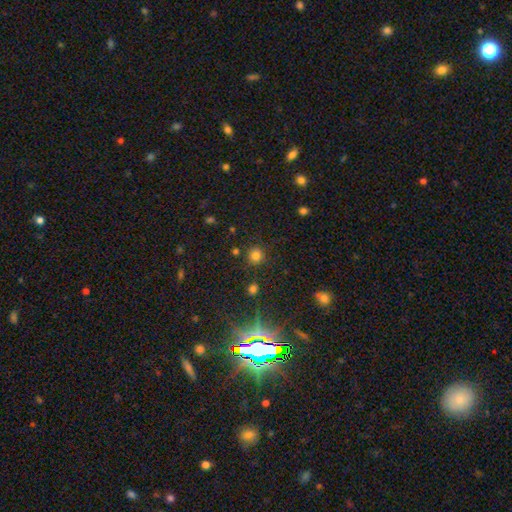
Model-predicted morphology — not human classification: smooth 77%, star or artifact 17%, featured or disk 6%. Down the decision tree: how rounded — round (91%); merging — none (85%).